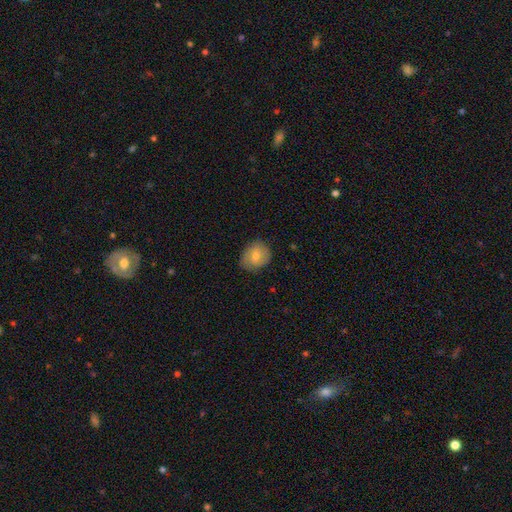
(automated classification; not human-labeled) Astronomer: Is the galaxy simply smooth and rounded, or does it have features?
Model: smooth — 67%.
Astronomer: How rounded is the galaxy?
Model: round — 65%.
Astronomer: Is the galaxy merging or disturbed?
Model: none — 79%.